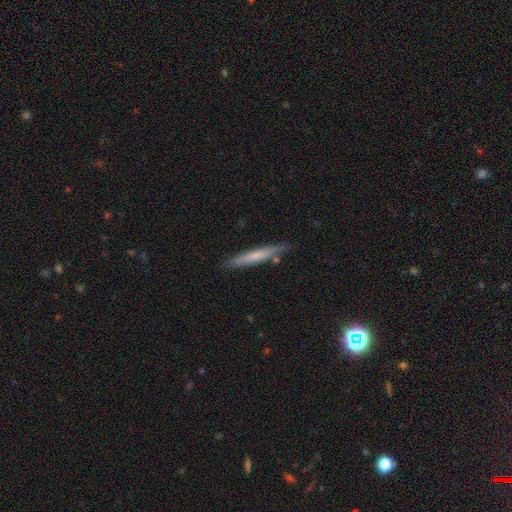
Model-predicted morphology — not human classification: Smooth or featured: smooth — 56% (featured or disk — 38%)
How rounded: cigar-shaped — 96% (in between — 3%)
Merging: none — 86% (minor disturbance — 10%)